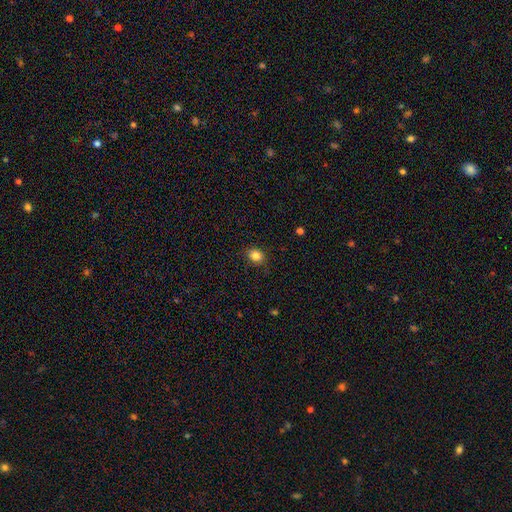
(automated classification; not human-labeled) This appears to be a smooth galaxy with no disk features (84%) that is round (59%). Merging: none (83%).